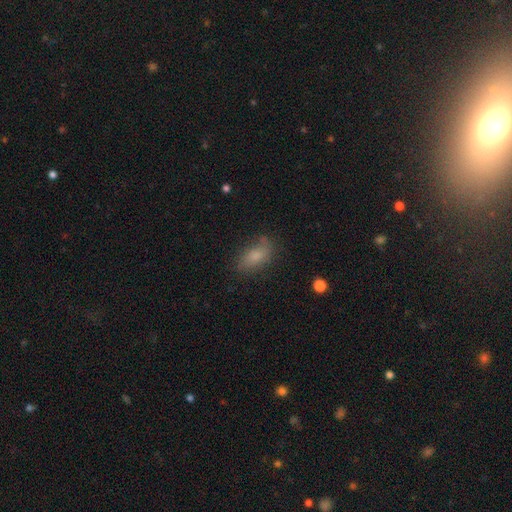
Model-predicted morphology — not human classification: Overall: smooth (79%). How rounded: in between (87%). Merging: none (69%).